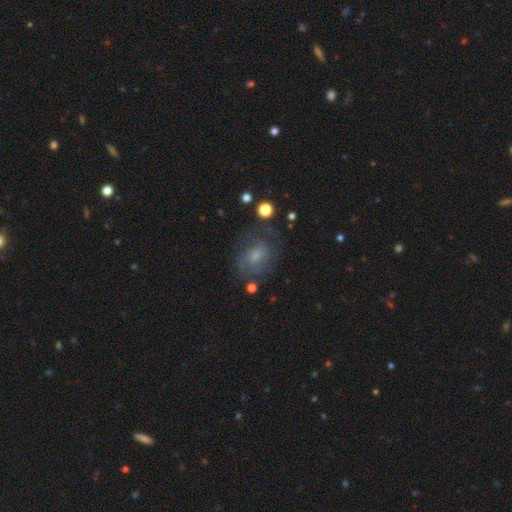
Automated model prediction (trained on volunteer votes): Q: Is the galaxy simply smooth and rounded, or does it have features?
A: smooth — 45%.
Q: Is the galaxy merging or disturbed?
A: none — 62%.